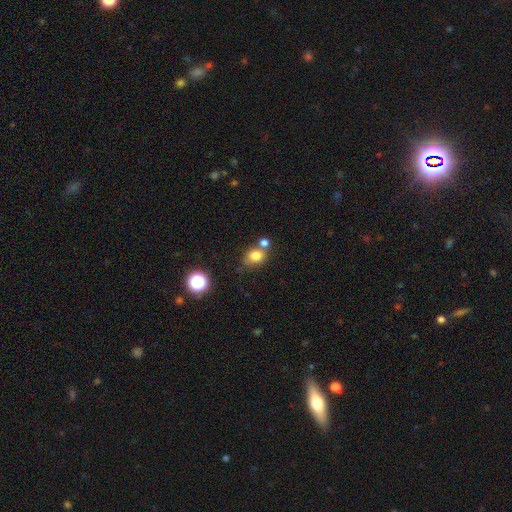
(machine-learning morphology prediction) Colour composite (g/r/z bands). It shows a smooth galaxy with no disk features (79%) that is round (54%). Merging: none (53%).